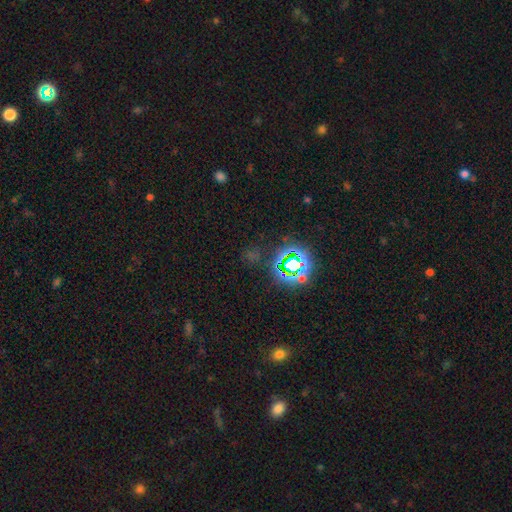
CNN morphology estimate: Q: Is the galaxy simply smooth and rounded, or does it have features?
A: star or artifact — 75%.